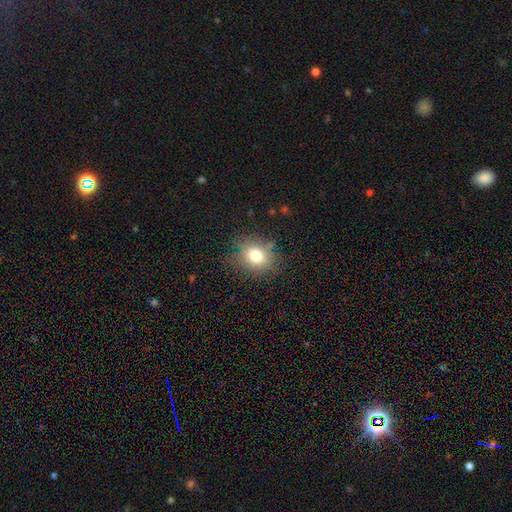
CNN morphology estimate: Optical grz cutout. It shows a smooth galaxy with no disk features (75%) that is round (65%). Merging: none (78%).